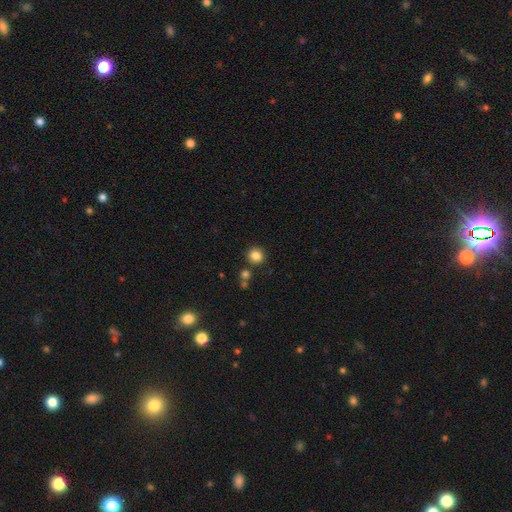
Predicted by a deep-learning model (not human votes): A smooth galaxy with no disk features (84%) that is round (92%).

Vote fractions:
- Smooth or featured? smooth: 84% / star or artifact: 11% / featured or disk: 5%
- How rounded? round: 92% / in between: 8% / cigar-shaped: 1%
- Merging? none: 85% / minor disturbance: 7% / merger: 6% / major disturbance: 2%